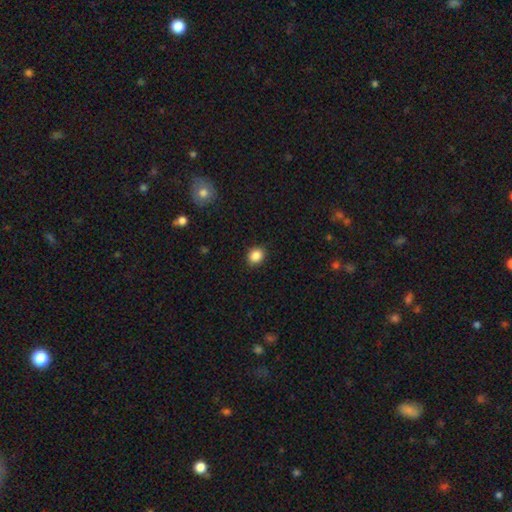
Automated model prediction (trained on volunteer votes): Smooth or featured? smooth (86%)
How rounded? round (64%)
Merging? none (89%)